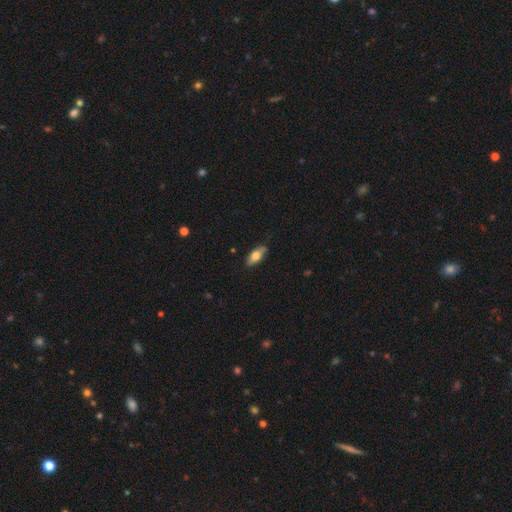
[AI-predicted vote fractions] Smooth or featured? smooth (67%)
How rounded? in between (78%)
Merging? none (84%)